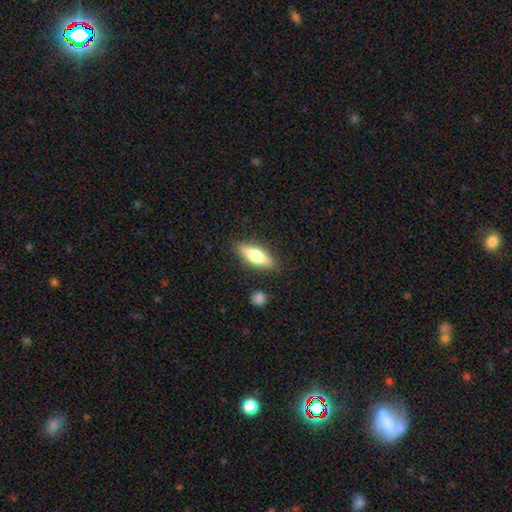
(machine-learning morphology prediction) smooth-or-featured: smooth: 54% | featured or disk: 40% | star or artifact: 6%
  how-rounded: in between: 50% | cigar-shaped: 47% | round: 3%
  merging: none: 86% | minor disturbance: 10% | major disturbance: 2% | merger: 2%